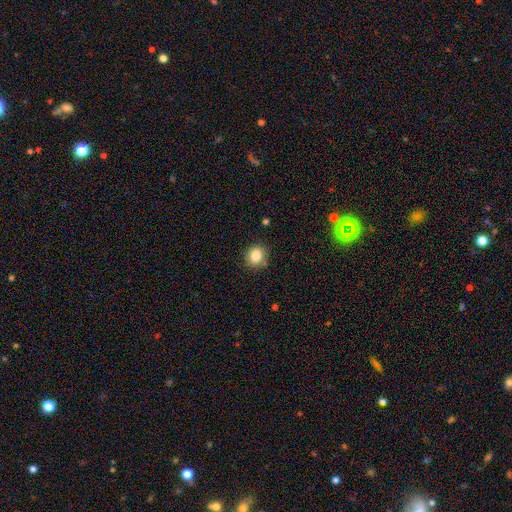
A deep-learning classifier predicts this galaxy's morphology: Overall: smooth (84%). How rounded: round (71%). Merging: none (82%).